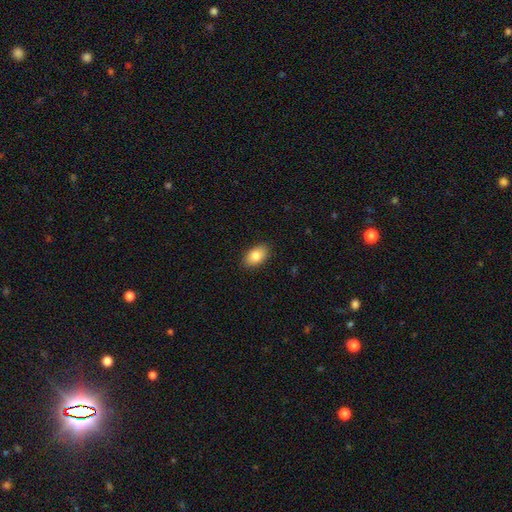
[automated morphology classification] Smooth or featured? smooth (84%)
How rounded? in between (90%)
Merging? none (89%)